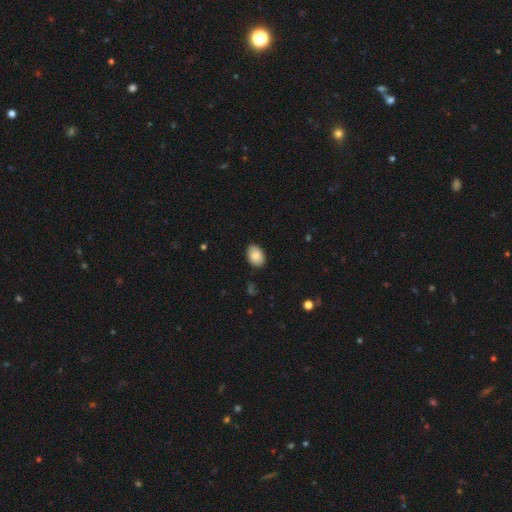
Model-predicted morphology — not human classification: The model was most divided on "how rounded": in between: 84%, round: 15%, cigar-shaped: 1%. More confident: smooth or featured — smooth (86%); merging — none (86%).